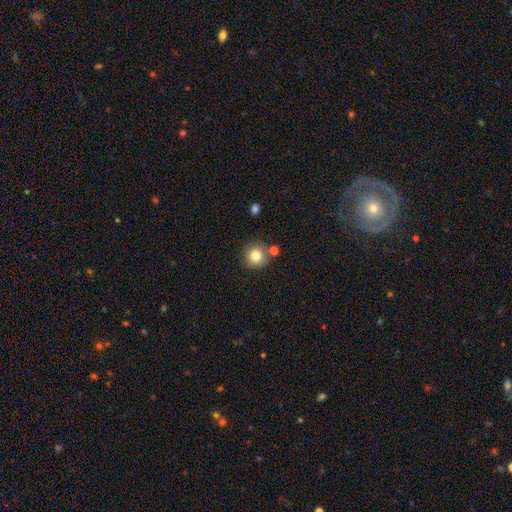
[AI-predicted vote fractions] Overall: smooth (81%). How rounded: round (94%). Merging: none (77%).